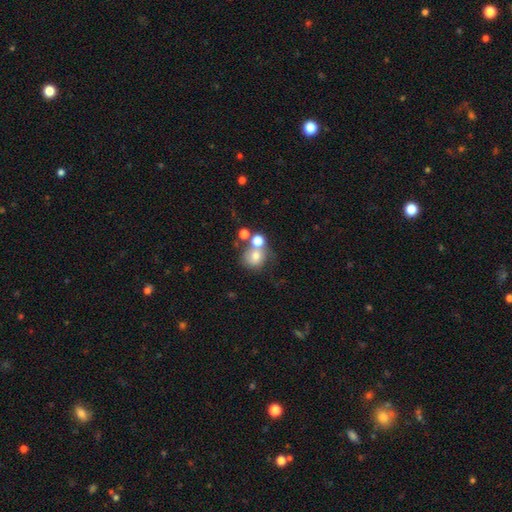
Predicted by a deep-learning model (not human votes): The model was most divided on "merging": none: 42%, merger: 38%, minor disturbance: 12%, major disturbance: 8%. More confident: how rounded — round (81%); smooth or featured — smooth (70%).